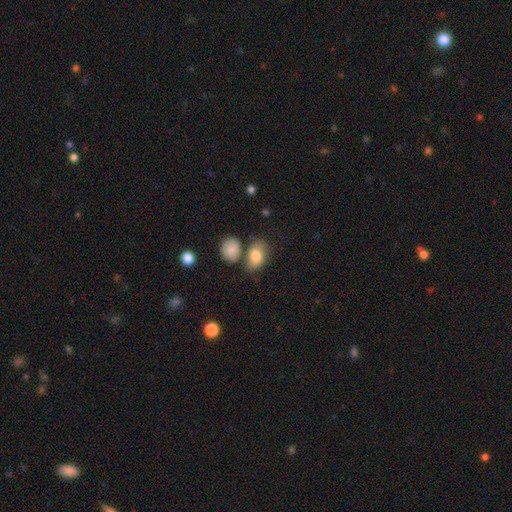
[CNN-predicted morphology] type=smooth (81%); roundness=in between (84%); merging=none (52%).